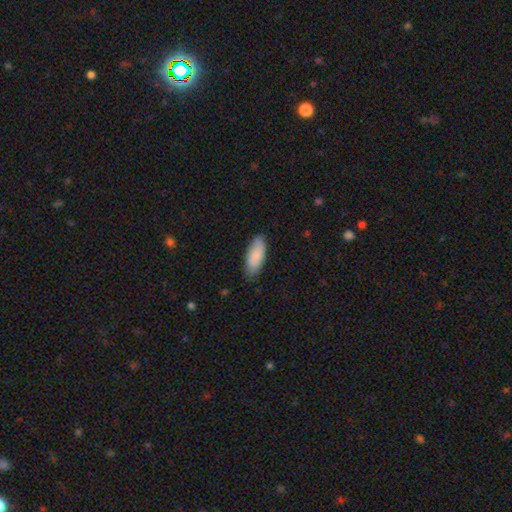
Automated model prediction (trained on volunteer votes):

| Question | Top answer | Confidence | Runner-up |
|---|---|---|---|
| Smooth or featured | smooth | 85% | featured or disk (10%) |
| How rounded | in between | 82% | cigar-shaped (16%) |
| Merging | none | 82% | minor disturbance (15%) |